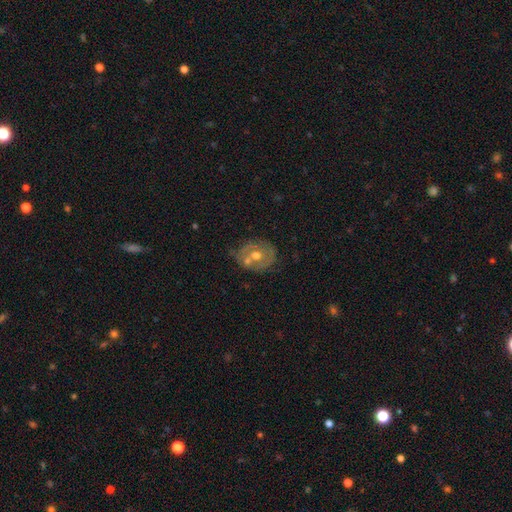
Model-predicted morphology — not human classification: smooth_or_featured: featured or disk (p=0.58) [alt: smooth p=0.33]
disk_edge_on: no (p=0.96) [alt: yes p=0.04]
bar: no (p=0.78) [alt: weak p=0.17]
has_spiral_arms: no (p=0.67) [alt: yes p=0.33]
bulge_size: moderate (p=0.78) [alt: small p=0.15]
merging: none (p=0.56) [alt: minor disturbance p=0.21]